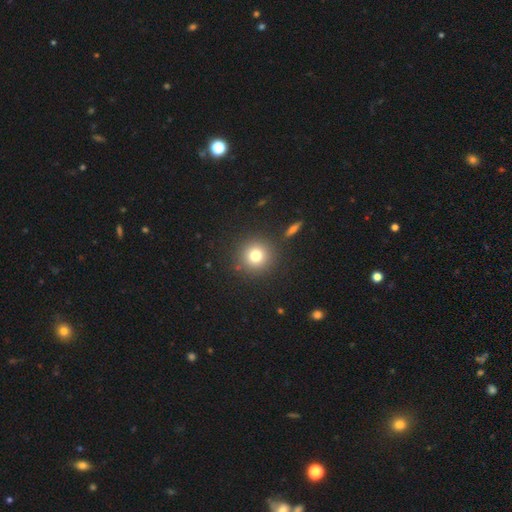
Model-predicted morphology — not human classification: Q: Smooth or featured?
A: smooth (76%); runner-up: star or artifact (14%)
Q: How rounded?
A: round (94%); runner-up: in between (5%)
Q: Merging?
A: none (88%); runner-up: minor disturbance (6%)